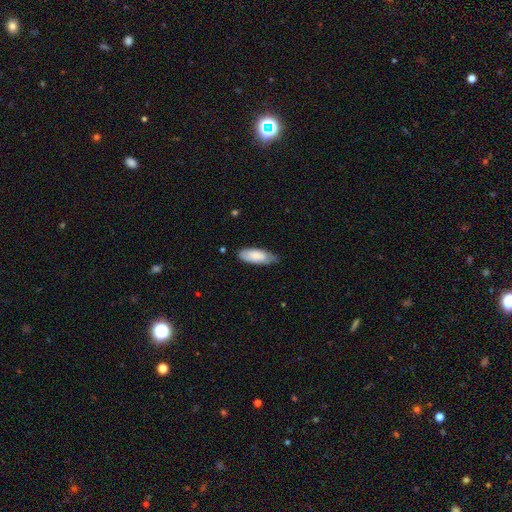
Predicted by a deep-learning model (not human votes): Smooth or featured?
  - smooth: 76% *
  - featured or disk: 19%
  - star or artifact: 6%
How rounded?
  - in between: 80% *
  - cigar-shaped: 18%
  - round: 2%
Merging?
  - none: 64% *
  - minor disturbance: 30%
  - major disturbance: 5%
  - merger: 1%